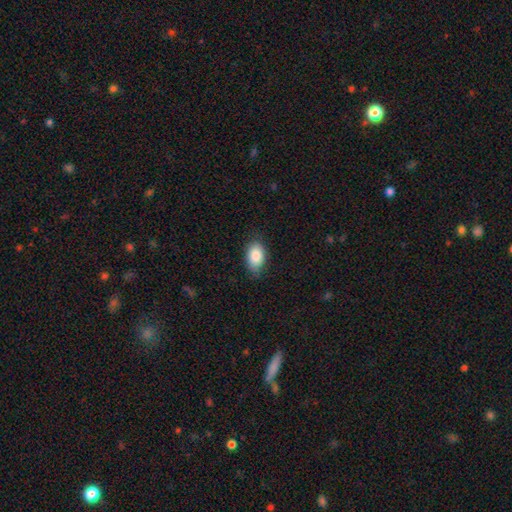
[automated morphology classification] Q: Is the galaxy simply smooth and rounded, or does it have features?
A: smooth — 86%.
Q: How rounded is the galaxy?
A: in between — 91%.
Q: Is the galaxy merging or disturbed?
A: none — 78%.